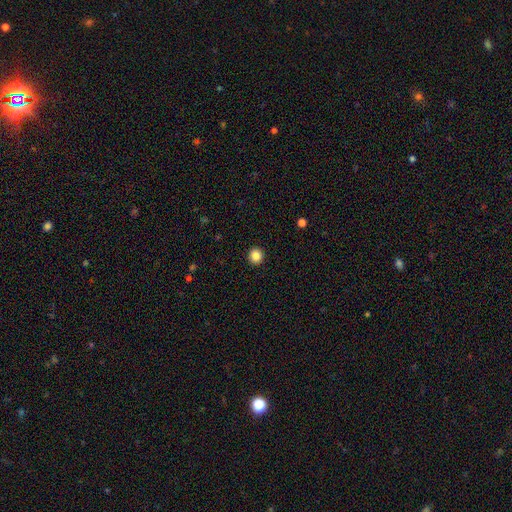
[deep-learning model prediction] Overall: smooth (85%). How rounded: round (91%). Merging: none (93%).